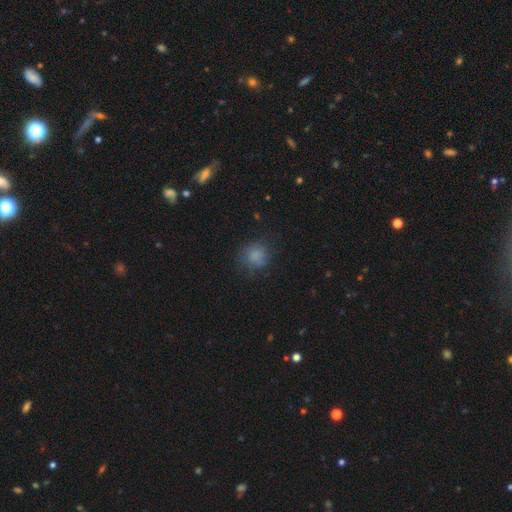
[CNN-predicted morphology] A smooth galaxy with no disk features (79%) that is round (80%). Merging: none (67%).